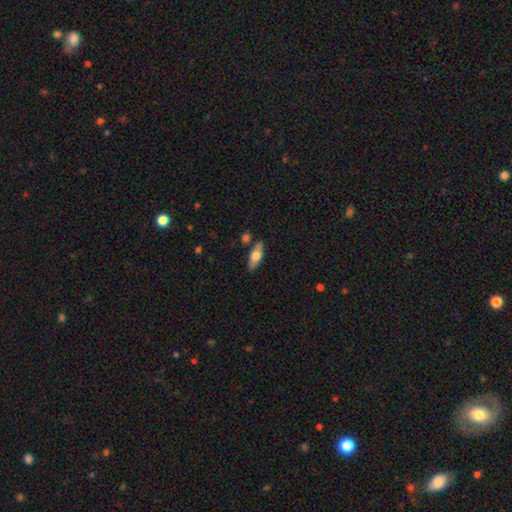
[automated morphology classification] Overall: smooth (59%; featured or disk 35%). How rounded: in between (67%; cigar-shaped 29%). Merging: none (77%).